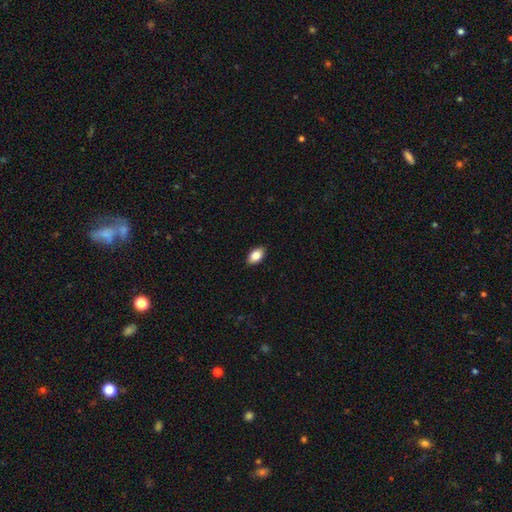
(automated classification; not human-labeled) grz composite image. It shows a smooth galaxy with no disk features (83%) that is in between round and cigar-shaped (92%). Merging: none (90%).